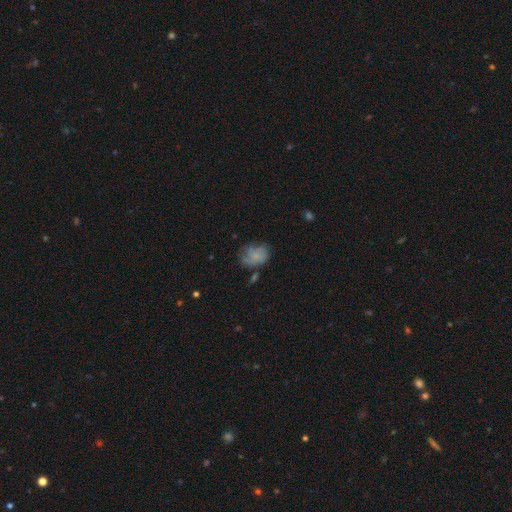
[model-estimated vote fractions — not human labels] Smooth or featured?
  - smooth: 62% *
  - featured or disk: 28%
  - star or artifact: 10%
How rounded?
  - in between: 61% *
  - round: 38%
  - cigar-shaped: 1%
Merging?
  - none: 45% *
  - minor disturbance: 30%
  - major disturbance: 18%
  - merger: 6%